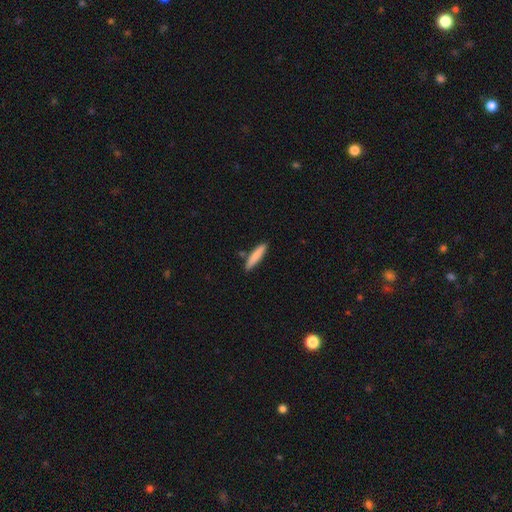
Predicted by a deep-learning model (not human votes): Smooth or featured? Predicted: smooth (p=0.82). How rounded? Predicted: cigar-shaped (p=0.84). Merging? Predicted: none (p=0.83).